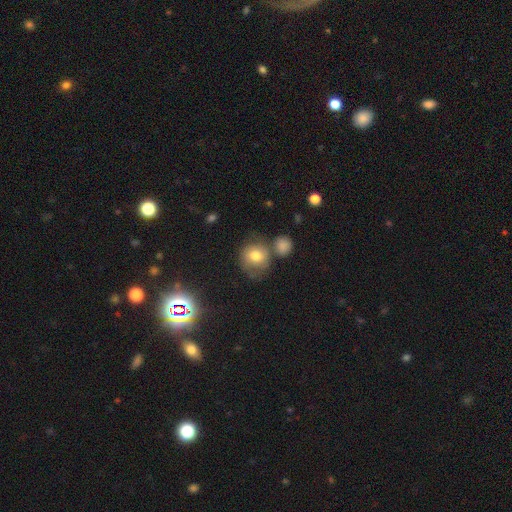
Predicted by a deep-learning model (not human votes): smooth 69%, featured or disk 21%, star or artifact 11%. Down the decision tree: how rounded — round (78%); merging — none (50%).